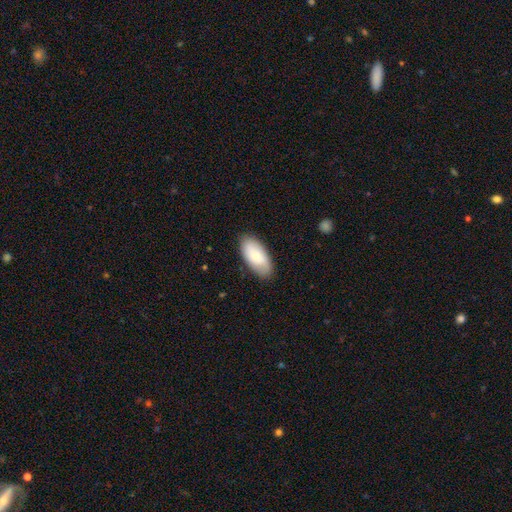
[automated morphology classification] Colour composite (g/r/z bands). It shows a smooth galaxy with no disk features (75%) that is in between round and cigar-shaped (93%). Merging: none (84%).